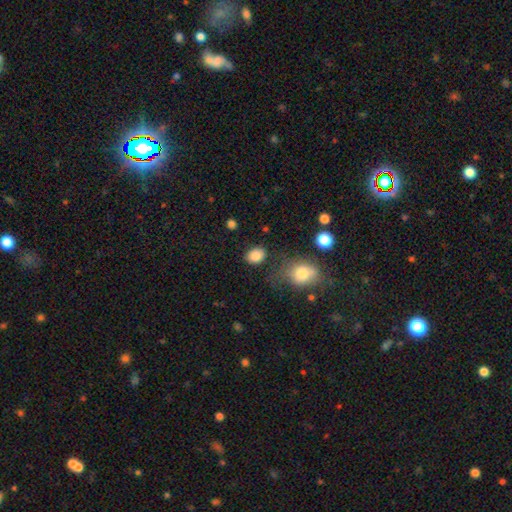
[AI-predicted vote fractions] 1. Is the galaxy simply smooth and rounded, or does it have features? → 86% smooth, 9% star or artifact, 5% featured or disk.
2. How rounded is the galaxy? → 63% in between, 36% round, 1% cigar-shaped.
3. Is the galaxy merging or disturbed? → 77% none, 14% minor disturbance, 5% major disturbance, 4% merger.